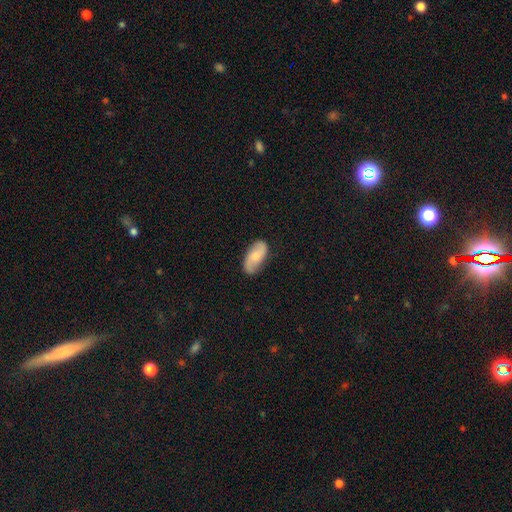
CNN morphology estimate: Overall: featured or disk (57%; smooth 37%). Edge-on disk: no (95%). Bar: no (61%; weak 33%). Spiral arms: yes (92%). Bulge size: moderate (46%; small 40%). Merging: none (82%).